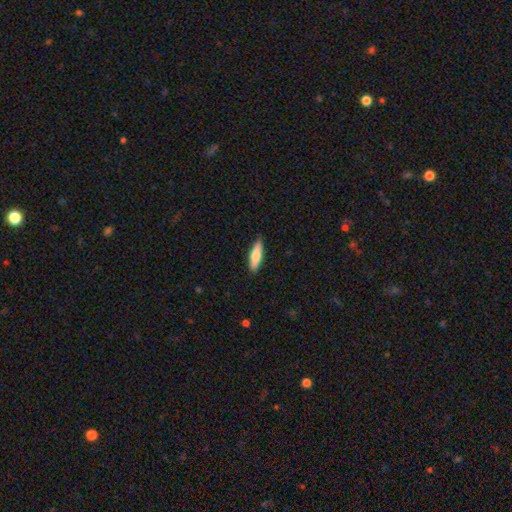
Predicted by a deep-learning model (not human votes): smooth_or_featured: smooth (p=0.80) [alt: featured or disk p=0.15]
how_rounded: cigar-shaped (p=0.62) [alt: in between p=0.37]
merging: none (p=0.88) [alt: minor disturbance p=0.09]